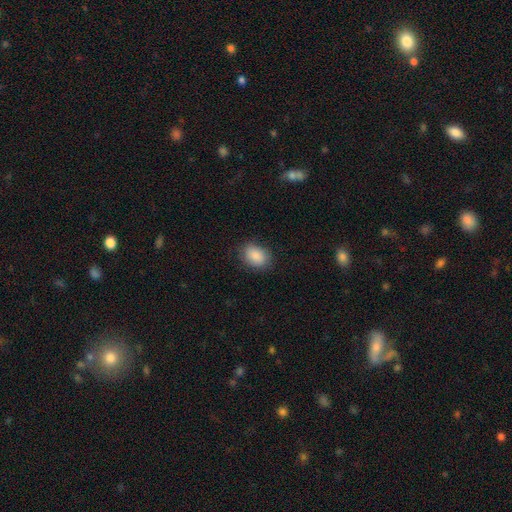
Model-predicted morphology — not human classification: A smooth galaxy with no disk features (88%) that is in between round and cigar-shaped (78%).

Vote fractions:
- Smooth or featured? smooth: 88% / star or artifact: 7% / featured or disk: 5%
- How rounded? in between: 78% / round: 20% / cigar-shaped: 1%
- Merging? none: 84% / minor disturbance: 12% / major disturbance: 3% / merger: 1%